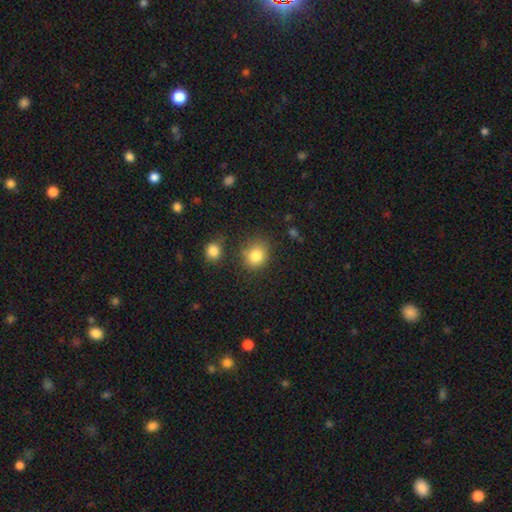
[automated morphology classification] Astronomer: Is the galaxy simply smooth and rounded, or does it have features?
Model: smooth — 83%.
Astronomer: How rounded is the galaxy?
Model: round — 74%.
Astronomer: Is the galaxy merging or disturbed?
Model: none — 74%.